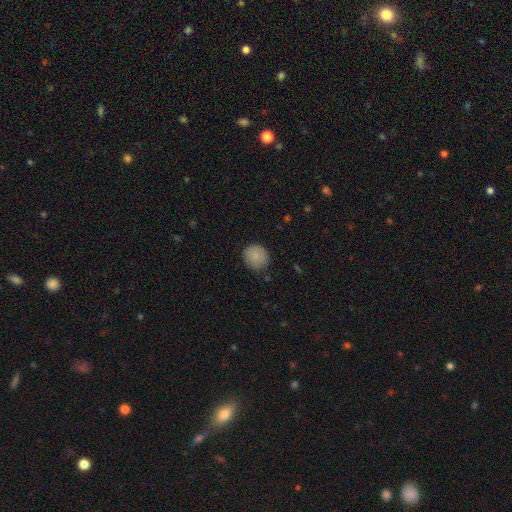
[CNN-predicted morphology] type=smooth (86%); roundness=round (90%); merging=none (84%).